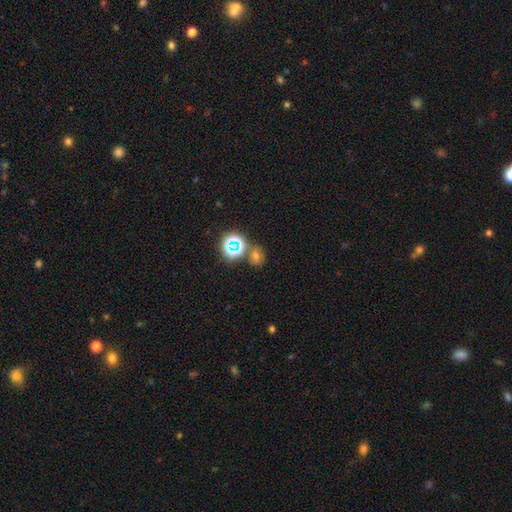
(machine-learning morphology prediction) type=smooth (49%); merging=none (73%).